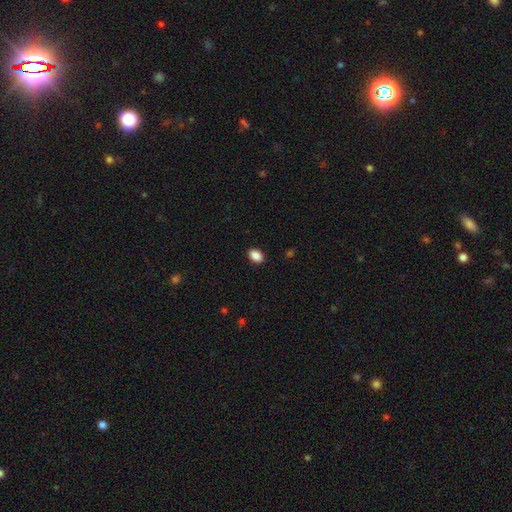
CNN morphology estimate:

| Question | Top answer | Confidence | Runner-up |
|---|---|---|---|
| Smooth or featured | smooth | 89% | star or artifact (8%) |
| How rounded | in between | 84% | round (15%) |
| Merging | none | 90% | minor disturbance (7%) |